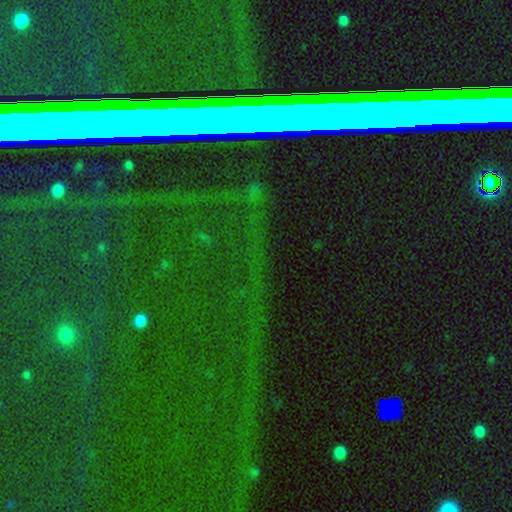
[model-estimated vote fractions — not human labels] smooth_or_featured: star or artifact (p=0.79) [alt: featured or disk p=0.11]